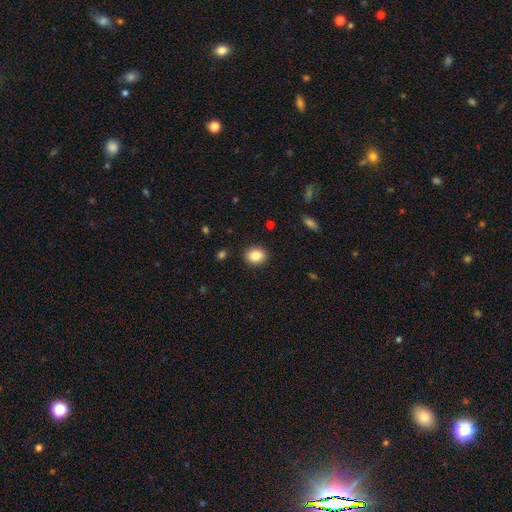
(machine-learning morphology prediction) Smooth or featured? smooth (86%)
How rounded? round (57%)
Merging? none (90%)